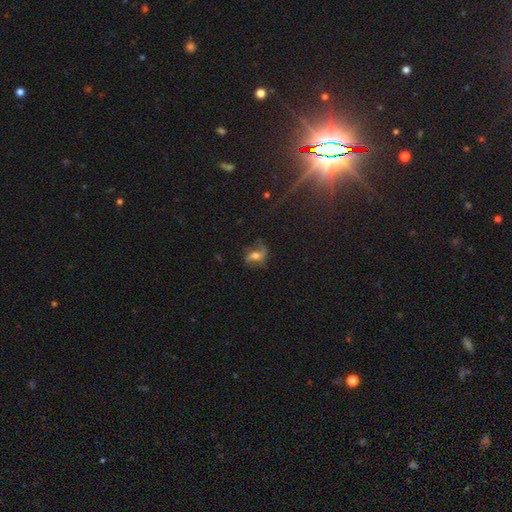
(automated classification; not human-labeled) A featured or disk galaxy (61%) with no bar (40%), spiral arms (86%) and a moderate central bulge (63%).

Vote fractions:
- Smooth or featured? featured or disk: 61% / smooth: 27% / star or artifact: 12%
- Edge-on disk? no: 94% / yes: 6%
- Bar? no: 40% / weak: 36% / strong: 24%
- Spiral arms? yes: 86% / no: 14%
- Bulge size? moderate: 63% / small: 22% / large: 11% / none: 3% / dominant: 2%
- Merging? none: 64% / minor disturbance: 21% / major disturbance: 12% / merger: 2%